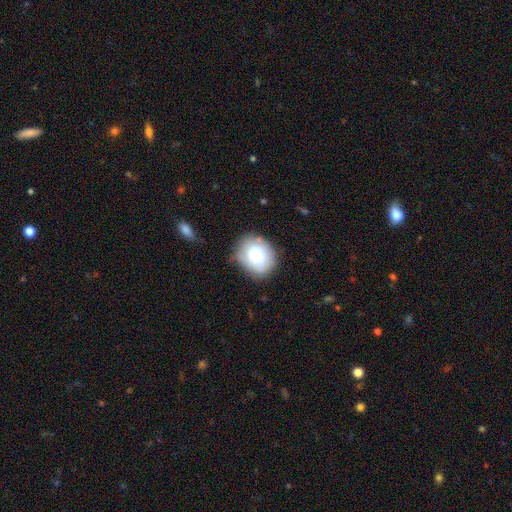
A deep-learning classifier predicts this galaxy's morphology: Overall: smooth (71%). How rounded: round (67%; in between 32%). Merging: none (75%).